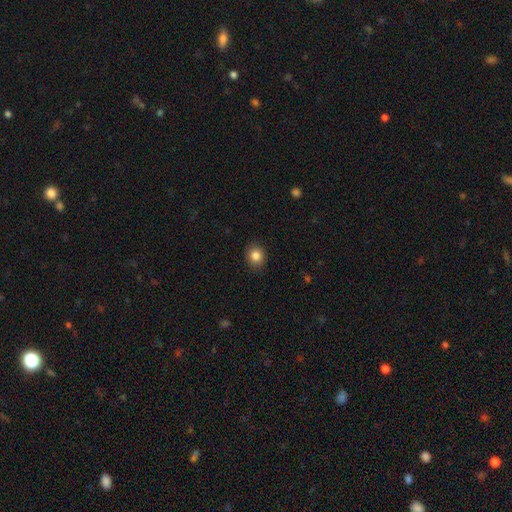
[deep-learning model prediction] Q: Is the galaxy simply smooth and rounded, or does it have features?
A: smooth — 84%.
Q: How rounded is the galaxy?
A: round — 69%.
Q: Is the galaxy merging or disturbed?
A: none — 89%.